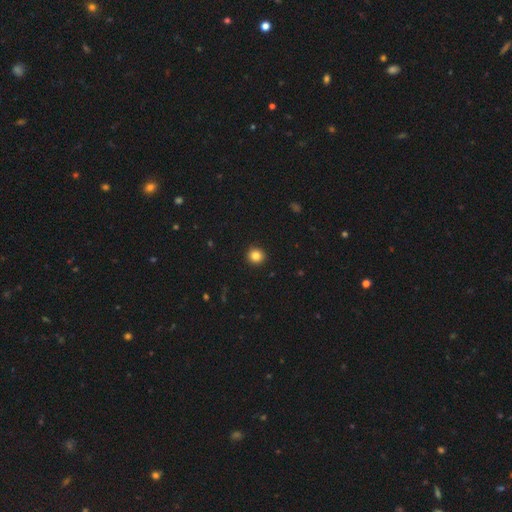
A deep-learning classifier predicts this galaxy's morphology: Smooth or featured? Predicted: smooth (p=0.84). How rounded? Predicted: round (p=0.93). Merging? Predicted: none (p=0.93).